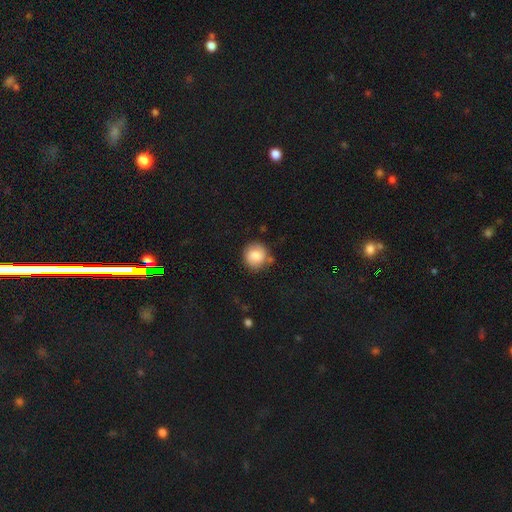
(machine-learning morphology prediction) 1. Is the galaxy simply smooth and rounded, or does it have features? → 74% smooth, 18% featured or disk, 9% star or artifact.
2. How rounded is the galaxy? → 89% round, 10% in between, 1% cigar-shaped.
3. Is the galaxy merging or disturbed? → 74% none, 17% minor disturbance, 5% merger, 5% major disturbance.